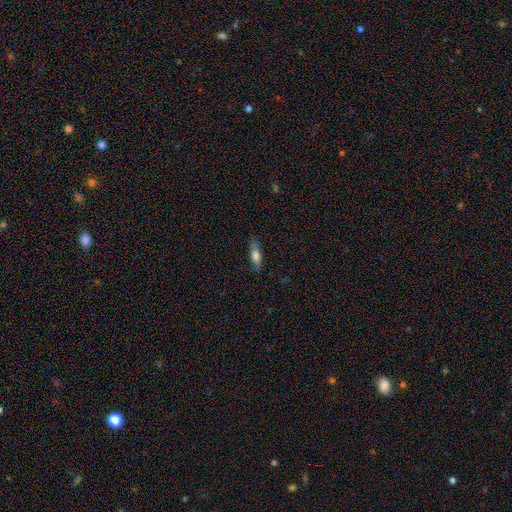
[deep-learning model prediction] Smooth or featured? Predicted: smooth (p=0.76). How rounded? Predicted: in between (p=0.64). Merging? Predicted: none (p=0.77).